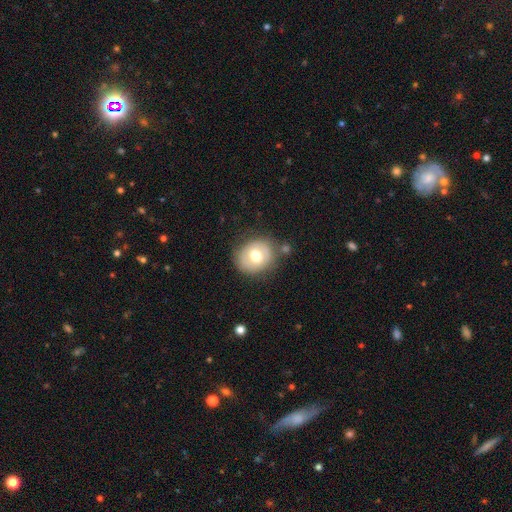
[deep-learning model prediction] Smooth or featured? Predicted: smooth (p=0.63). How rounded? Predicted: round (p=0.72). Merging? Predicted: none (p=0.75).